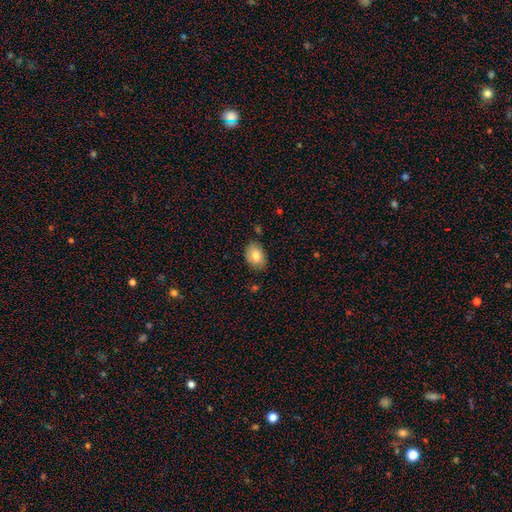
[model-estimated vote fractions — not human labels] Smooth or featured?
  - smooth: 80% *
  - featured or disk: 13%
  - star or artifact: 8%
How rounded?
  - in between: 78% *
  - round: 21%
  - cigar-shaped: 1%
Merging?
  - none: 79% *
  - minor disturbance: 16%
  - major disturbance: 3%
  - merger: 2%